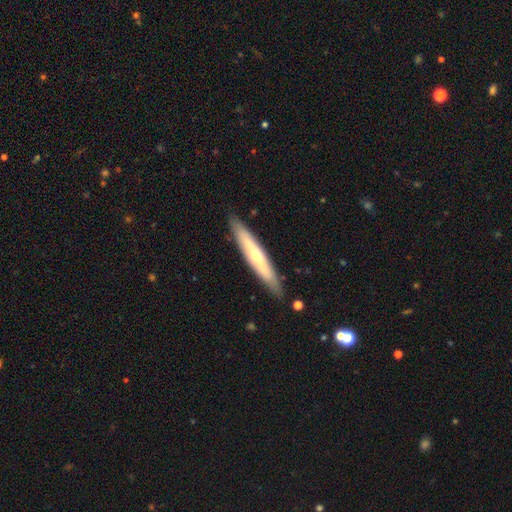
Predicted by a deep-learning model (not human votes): Q: Smooth or featured?
A: featured or disk (53%); runner-up: smooth (42%)
Q: Edge-on disk?
A: yes (81%); runner-up: no (19%)
Q: Merging?
A: none (87%); runner-up: minor disturbance (10%)